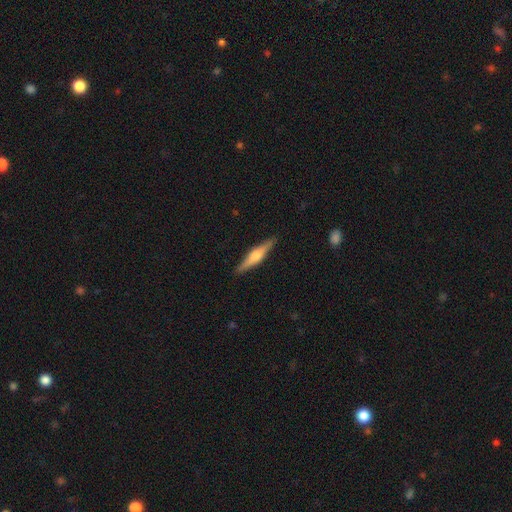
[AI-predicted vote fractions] A featured or disk galaxy (64%) viewed edge-on (97%) with a rounded central bulge (87%).

Vote fractions:
- Smooth or featured? featured or disk: 64% / smooth: 31% / star or artifact: 6%
- Edge-on disk? yes: 97% / no: 3%
- Edge-on bulge? rounded: 87% / boxy: 9% / none: 4%
- Merging? none: 90% / minor disturbance: 7% / major disturbance: 1% / merger: 1%